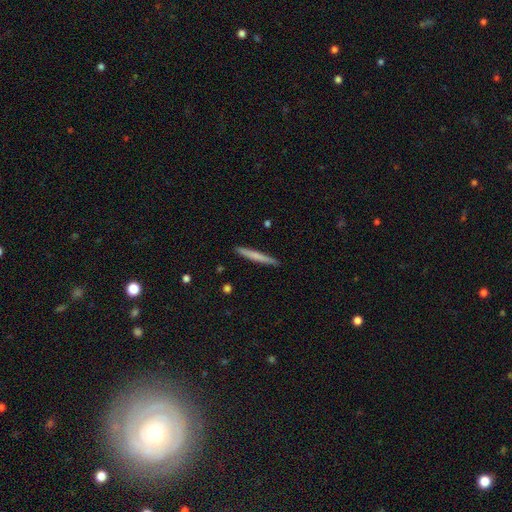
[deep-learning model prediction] The model was most divided on "smooth or featured": smooth: 65%, featured or disk: 30%, star or artifact: 6%. More confident: how rounded — cigar-shaped (96%); merging — none (91%).